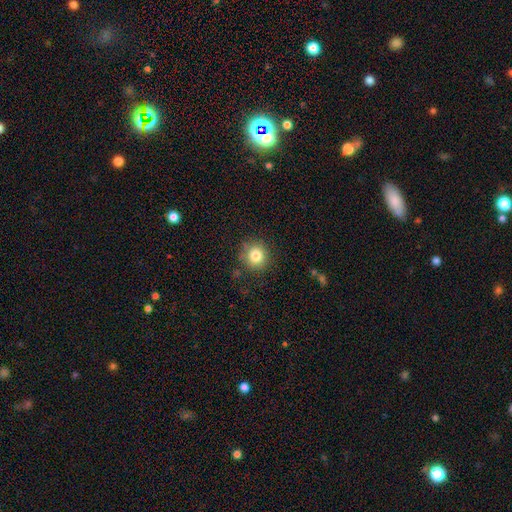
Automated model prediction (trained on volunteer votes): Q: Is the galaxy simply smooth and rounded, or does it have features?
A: smooth — 81%.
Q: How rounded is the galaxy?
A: round — 91%.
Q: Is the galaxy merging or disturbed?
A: none — 85%.